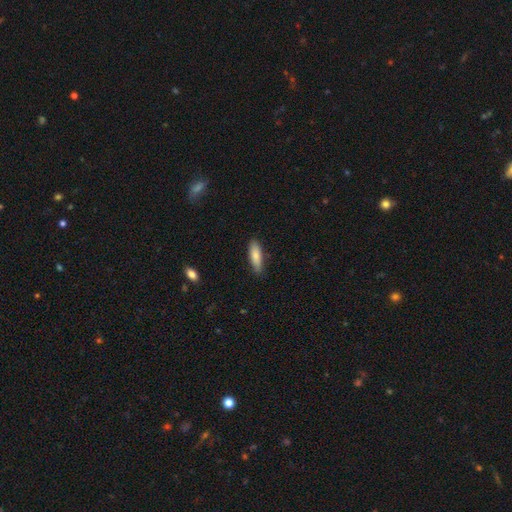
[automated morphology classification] This appears to be a smooth galaxy with no disk features (81%) that is cigar-shaped (55%). Merging: none (83%).